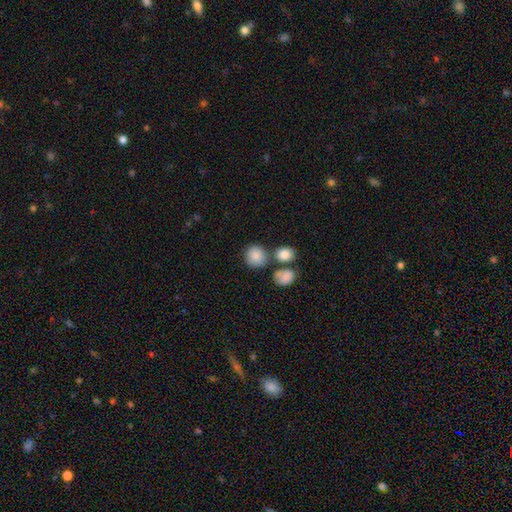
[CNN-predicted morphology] Smooth or featured? Predicted: smooth (p=0.86). How rounded? Predicted: round (p=0.80). Merging? Predicted: none (p=0.60).